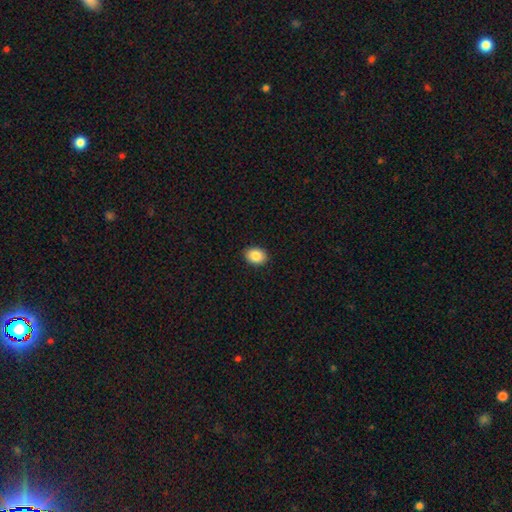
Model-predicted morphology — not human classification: smooth_or_featured: smooth (p=0.87) [alt: star or artifact p=0.08]
how_rounded: in between (p=0.62) [alt: round p=0.37]
merging: none (p=0.90) [alt: minor disturbance p=0.07]